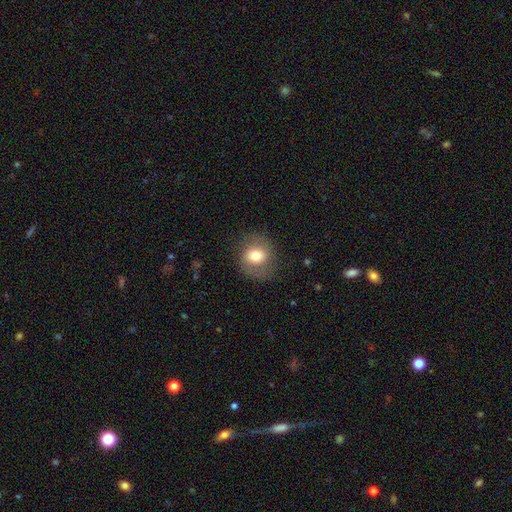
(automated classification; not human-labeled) smooth-or-featured: smooth: 64% | featured or disk: 28% | star or artifact: 8%
  how-rounded: round: 70% | in between: 29% | cigar-shaped: 1%
  merging: none: 75% | minor disturbance: 15% | major disturbance: 8% | merger: 1%